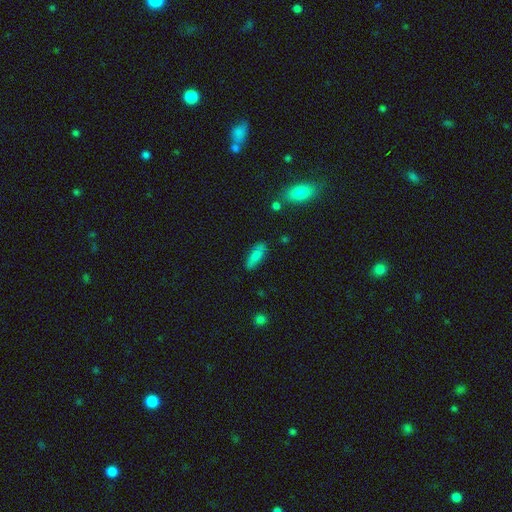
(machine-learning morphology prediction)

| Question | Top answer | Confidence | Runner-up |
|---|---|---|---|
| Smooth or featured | smooth | 81% | featured or disk (11%) |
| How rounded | in between | 56% | cigar-shaped (41%) |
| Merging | none | 81% | minor disturbance (14%) |